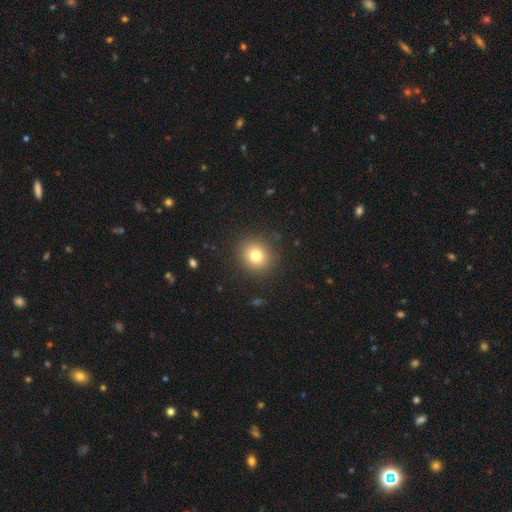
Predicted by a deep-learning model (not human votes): This appears to be a smooth galaxy with no disk features (79%) that is round (85%). Merging: none (89%).